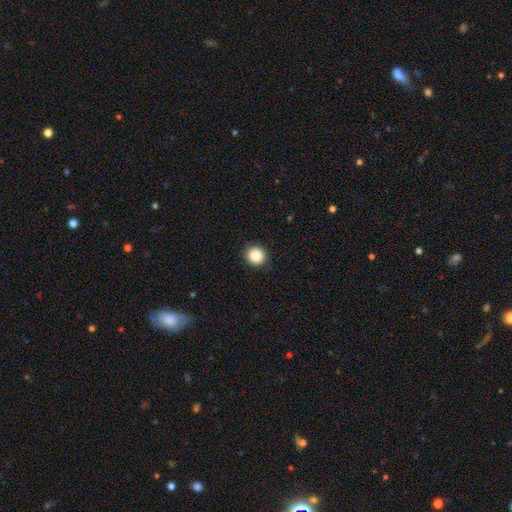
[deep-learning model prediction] Smooth or featured?
  - smooth: 87% *
  - star or artifact: 9%
  - featured or disk: 3%
How rounded?
  - round: 91% *
  - in between: 8%
  - cigar-shaped: 1%
Merging?
  - none: 91% *
  - minor disturbance: 6%
  - major disturbance: 2%
  - merger: 1%